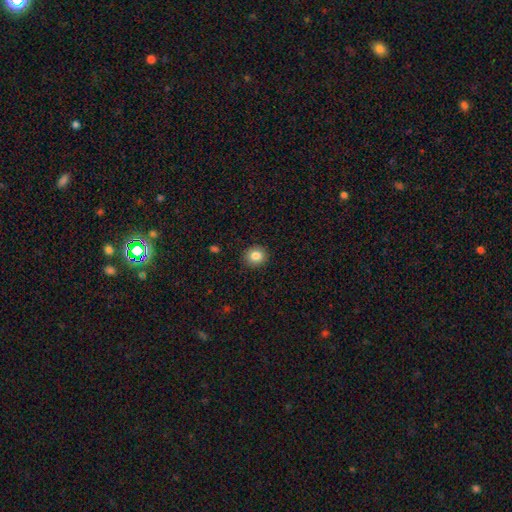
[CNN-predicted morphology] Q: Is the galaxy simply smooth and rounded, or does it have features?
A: smooth — 84%.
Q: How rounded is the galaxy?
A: round — 85%.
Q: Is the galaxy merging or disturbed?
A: none — 91%.